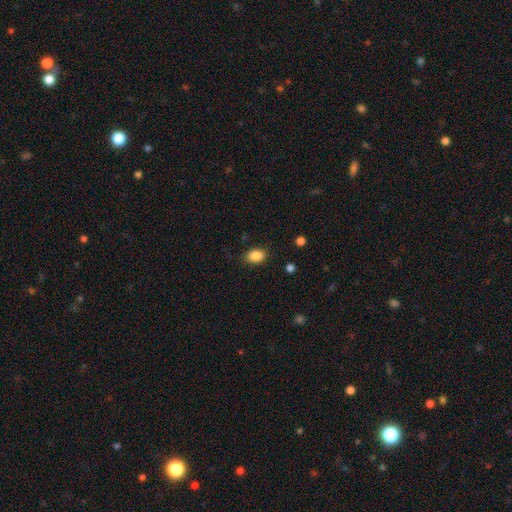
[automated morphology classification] Smooth or featured?
  - smooth: 88% *
  - star or artifact: 9%
  - featured or disk: 4%
How rounded?
  - in between: 80% *
  - round: 19%
  - cigar-shaped: 1%
Merging?
  - none: 84% *
  - minor disturbance: 12%
  - major disturbance: 3%
  - merger: 1%